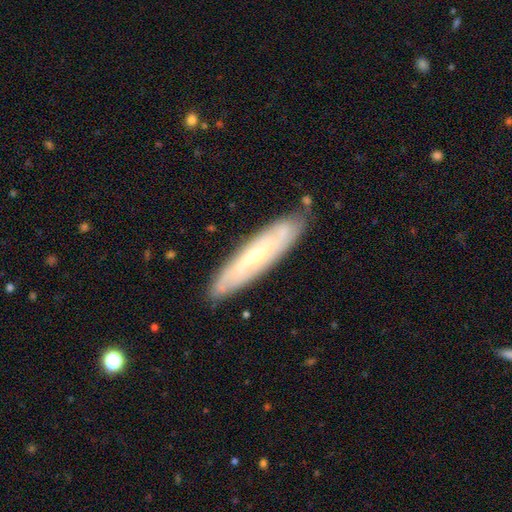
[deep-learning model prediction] This is likely a featured or disk galaxy (69%). It is possibly not viewed edge-on (56%). Merging: clearly none (85%).